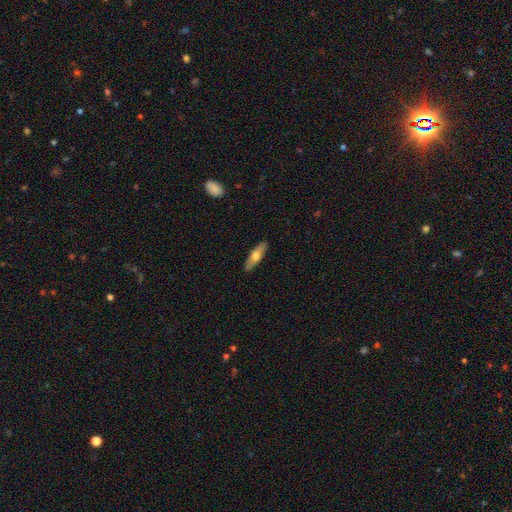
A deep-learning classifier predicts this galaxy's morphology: Smooth or featured? Predicted: smooth (p=0.58). How rounded? Predicted: cigar-shaped (p=0.52). Merging? Predicted: none (p=0.89).